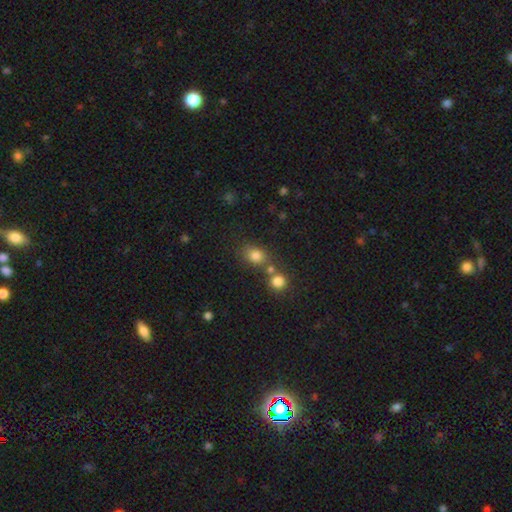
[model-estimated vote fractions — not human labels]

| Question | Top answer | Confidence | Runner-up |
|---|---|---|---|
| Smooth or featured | smooth | 79% | star or artifact (13%) |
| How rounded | in between | 50% | round (48%) |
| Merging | none | 57% | merger (26%) |